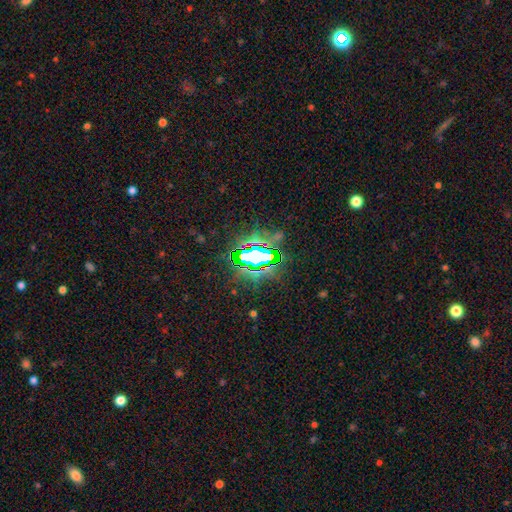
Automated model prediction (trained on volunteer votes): Morphology: type=star or artifact (72%).